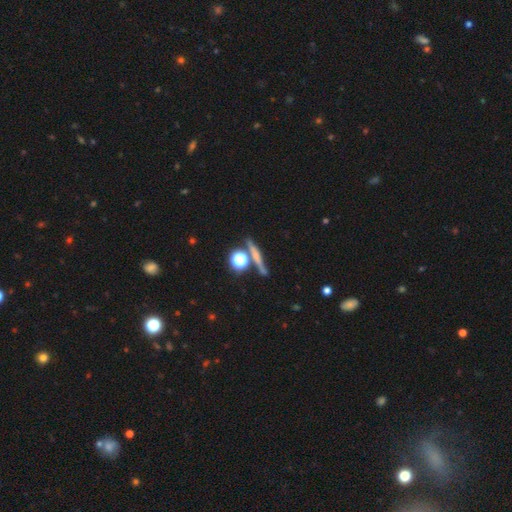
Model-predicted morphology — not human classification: smooth-or-featured: smooth: 42% | featured or disk: 38% | star or artifact: 19%
  merging: none: 74% | merger: 12% | minor disturbance: 10% | major disturbance: 4%